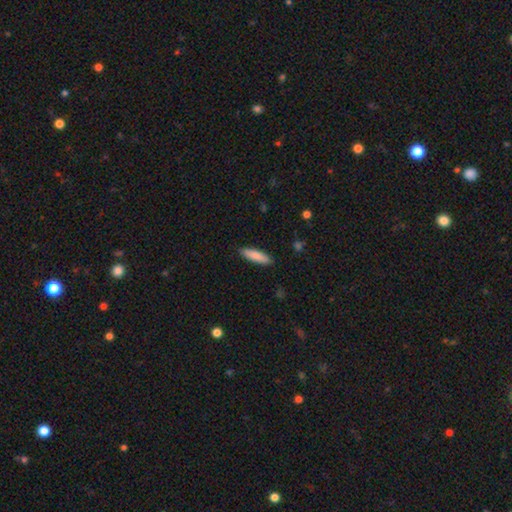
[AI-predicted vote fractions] smooth_or_featured: smooth (p=0.84) [alt: featured or disk p=0.11]
how_rounded: cigar-shaped (p=0.68) [alt: in between p=0.31]
merging: none (p=0.89) [alt: minor disturbance p=0.08]